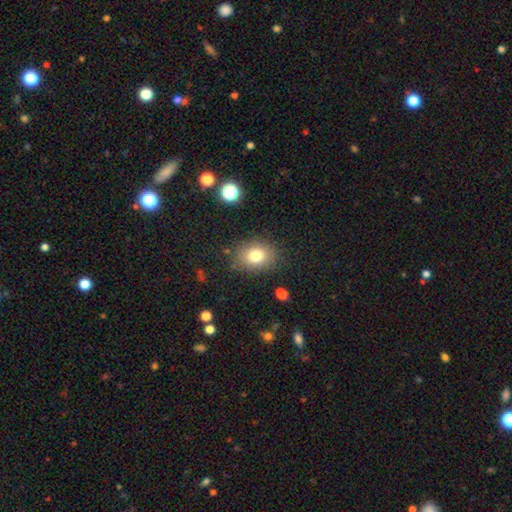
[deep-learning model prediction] Morphology: type=smooth (77%); roundness=in between (55%); merging=none (82%).